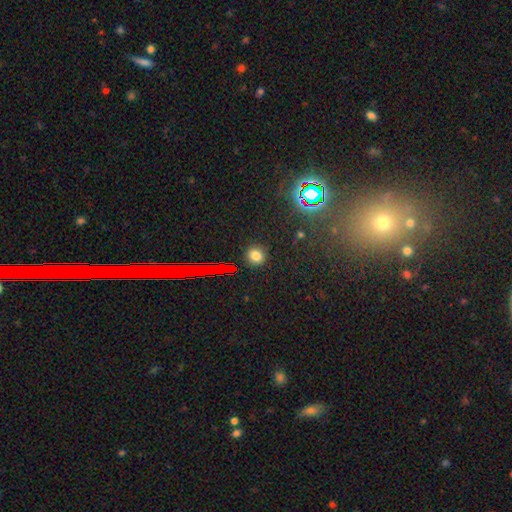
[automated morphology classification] smooth 77%, star or artifact 17%, featured or disk 6%. Down the decision tree: how rounded — round (88%); merging — none (90%).